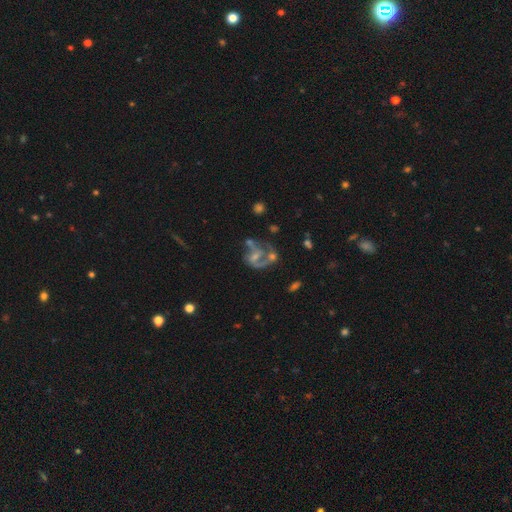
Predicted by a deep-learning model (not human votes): Smooth or featured: featured or disk — 70% (smooth — 18%)
Edge-on disk: no — 98% (yes — 2%)
Bar: no — 52% (weak — 35%)
Spiral arms: yes — 63% (no — 37%)
Bulge size: small — 35% (none — 33%)
Merging: major disturbance — 33% (none — 31%)